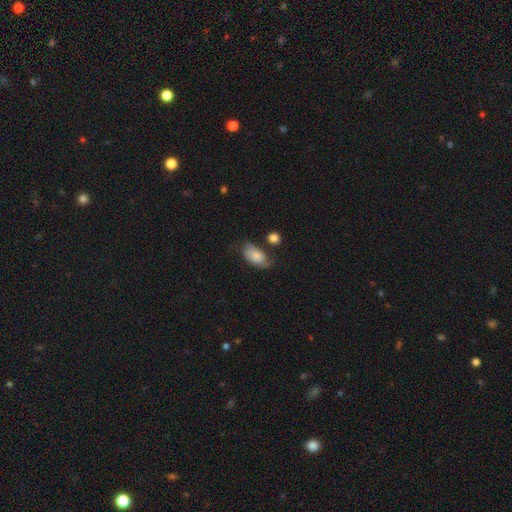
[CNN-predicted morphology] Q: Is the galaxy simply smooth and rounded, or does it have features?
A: smooth — 73%.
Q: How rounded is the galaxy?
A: in between — 91%.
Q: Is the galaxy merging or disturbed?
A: none — 51%.